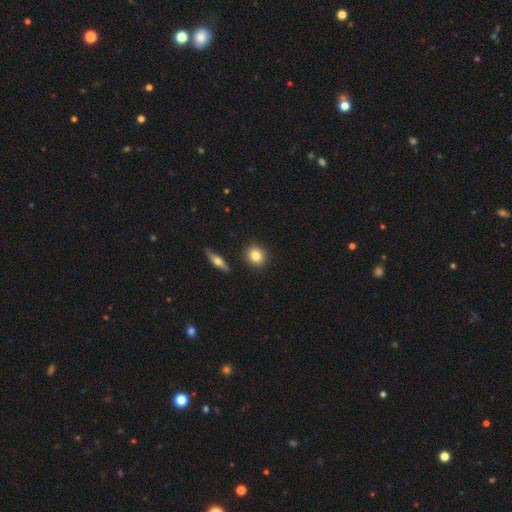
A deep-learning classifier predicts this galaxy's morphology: Smooth or featured? smooth (82%)
How rounded? round (82%)
Merging? none (89%)